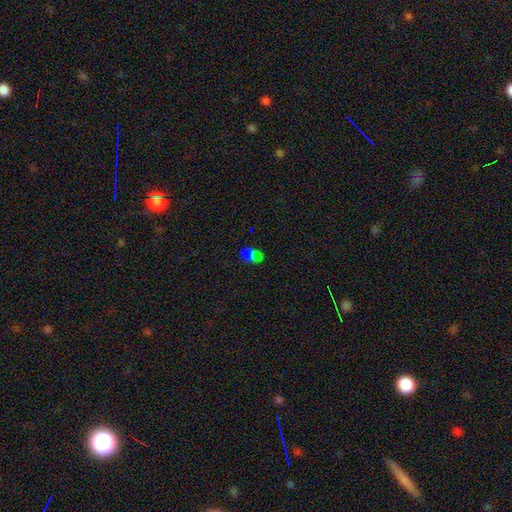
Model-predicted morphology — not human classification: A smooth galaxy with no disk features (76%) that is in between round and cigar-shaped (92%).

Vote fractions:
- Smooth or featured? smooth: 76% / star or artifact: 16% / featured or disk: 8%
- How rounded? in between: 92% / round: 4% / cigar-shaped: 4%
- Merging? none: 84% / minor disturbance: 12% / major disturbance: 3% / merger: 2%